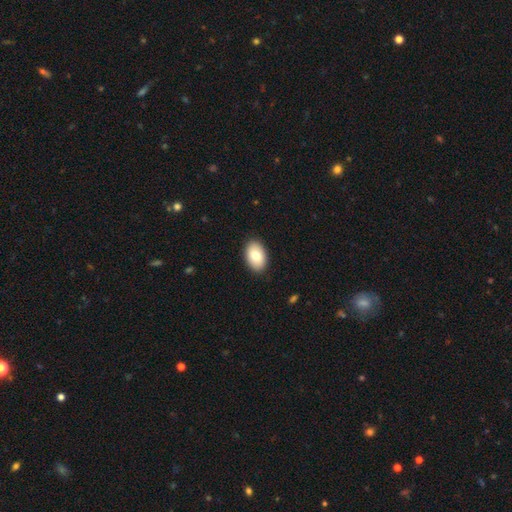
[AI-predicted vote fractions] Smooth or featured? Predicted: smooth (p=0.79). How rounded? Predicted: in between (p=0.91). Merging? Predicted: none (p=0.89).